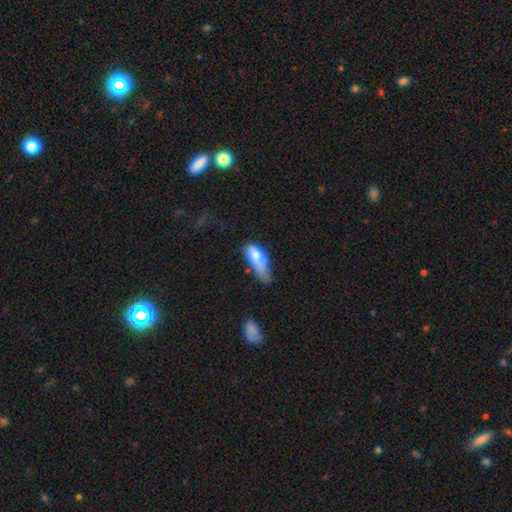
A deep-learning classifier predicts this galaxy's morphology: Overall: smooth (68%). How rounded: in between (70%). Merging: major disturbance (40%; minor disturbance 28%).